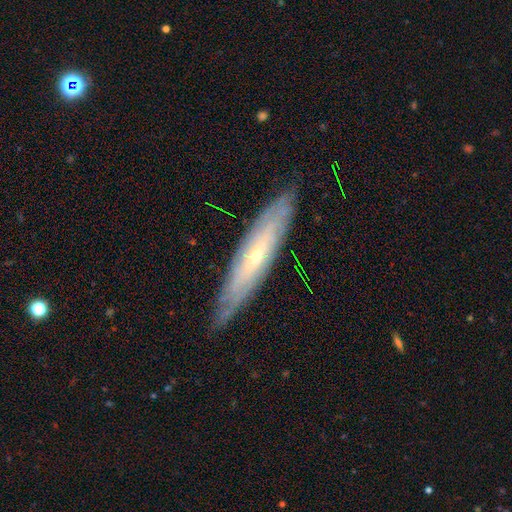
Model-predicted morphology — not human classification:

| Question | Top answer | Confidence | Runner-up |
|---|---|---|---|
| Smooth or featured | featured or disk | 73% | smooth (20%) |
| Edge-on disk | yes | 50% | tied: no (50%) |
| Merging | none | 82% | minor disturbance (14%) |